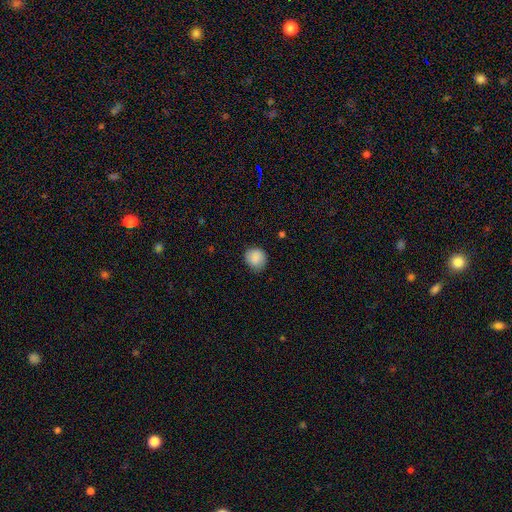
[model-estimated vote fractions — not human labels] Smooth or featured: smooth — 87% (star or artifact — 8%)
How rounded: round — 83% (in between — 16%)
Merging: none — 78% (minor disturbance — 17%)